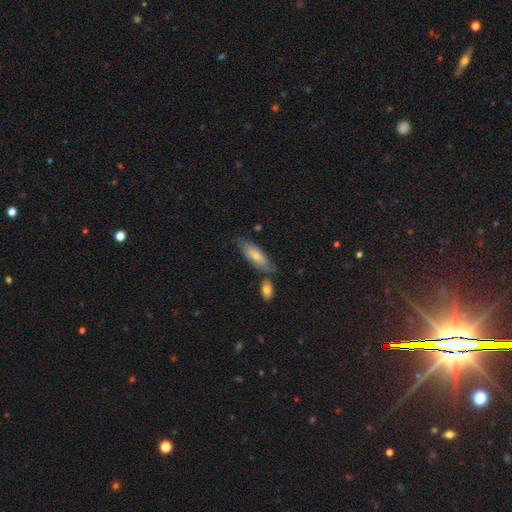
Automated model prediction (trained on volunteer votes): A smooth galaxy with no disk features (57%) that is in between round and cigar-shaped (64%).

Vote fractions:
- Smooth or featured? smooth: 57% / featured or disk: 36% / star or artifact: 8%
- How rounded? in between: 64% / cigar-shaped: 33% / round: 2%
- Merging? none: 65% / minor disturbance: 18% / merger: 12% / major disturbance: 5%